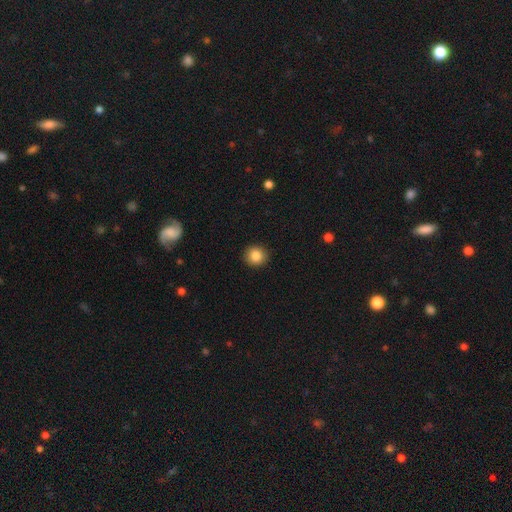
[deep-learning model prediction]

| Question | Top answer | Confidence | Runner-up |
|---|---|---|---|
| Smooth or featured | smooth | 86% | star or artifact (9%) |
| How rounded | round | 87% | in between (12%) |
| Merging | none | 91% | minor disturbance (6%) |